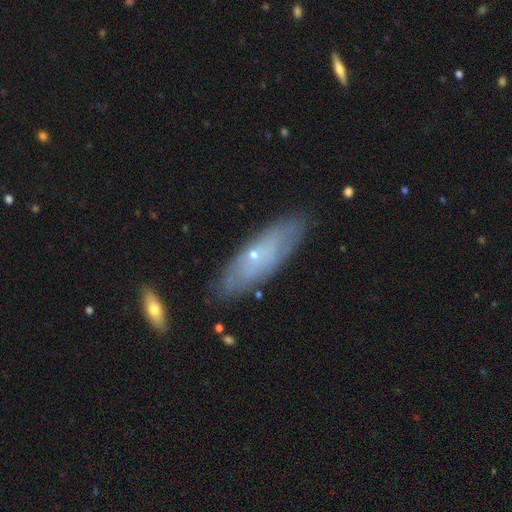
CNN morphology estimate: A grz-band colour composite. It shows a featured or disk galaxy (54%). Merging: none (80%).